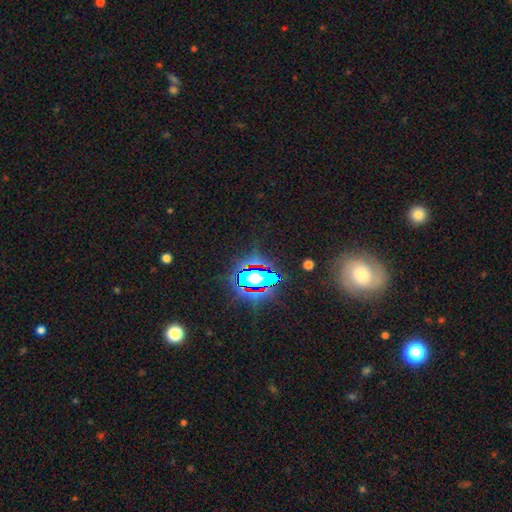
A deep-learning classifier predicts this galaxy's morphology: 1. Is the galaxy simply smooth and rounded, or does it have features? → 67% star or artifact, 21% smooth, 12% featured or disk.